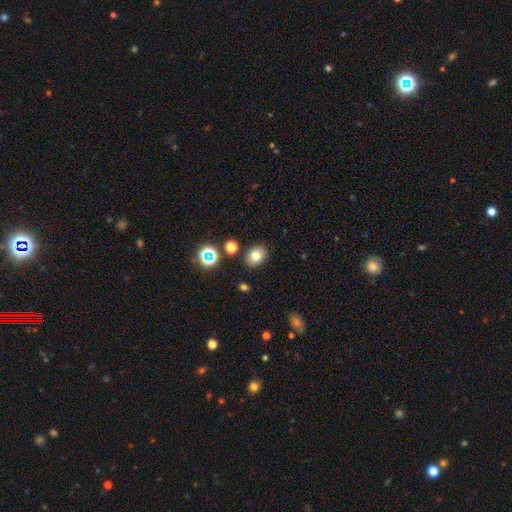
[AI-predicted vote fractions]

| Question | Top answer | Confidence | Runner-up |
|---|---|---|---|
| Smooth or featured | smooth | 76% | star or artifact (14%) |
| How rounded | in between | 55% | round (44%) |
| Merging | none | 85% | minor disturbance (9%) |